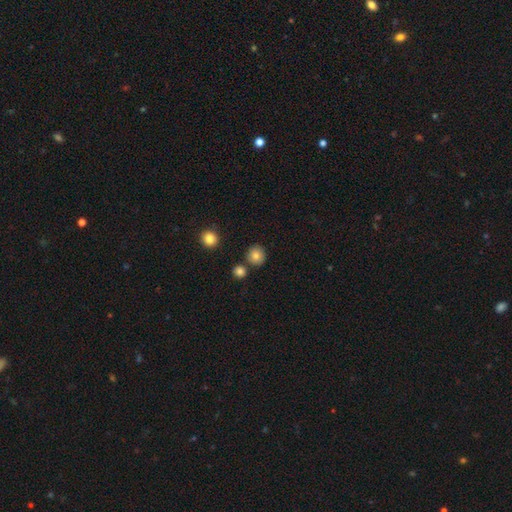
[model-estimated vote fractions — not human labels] Smooth or featured: smooth — 82% (star or artifact — 12%)
How rounded: round — 90% (in between — 9%)
Merging: none — 81% (merger — 9%)